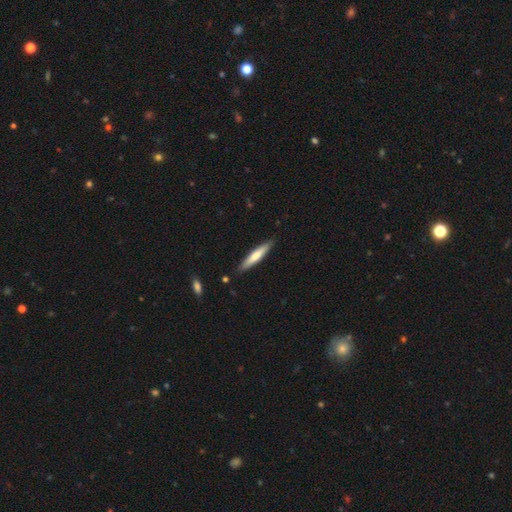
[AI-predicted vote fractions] This appears to be a smooth galaxy with no disk features (63%) that is cigar-shaped (89%). Merging: none (87%).